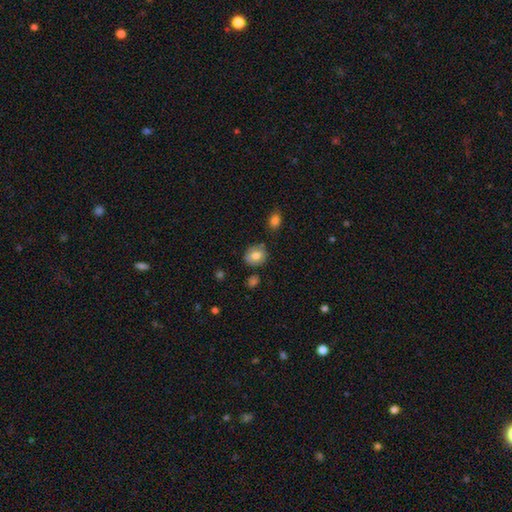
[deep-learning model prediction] smooth 77%, featured or disk 14%, star or artifact 9%. Down the decision tree: how rounded — round (69%); merging — none (78%).